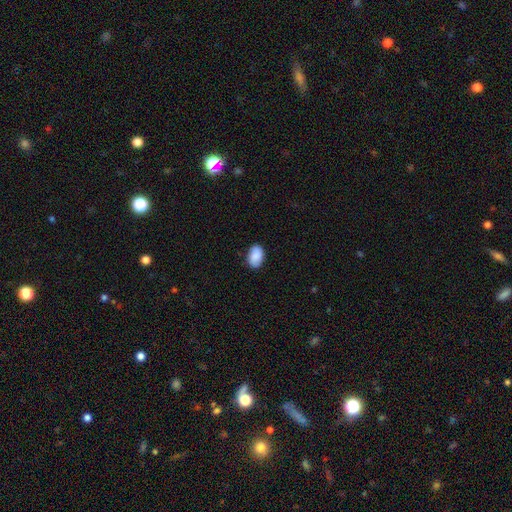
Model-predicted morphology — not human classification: This is clearly a smooth galaxy (83%). How rounded: clearly in between (89%). Merging: clearly none (83%).